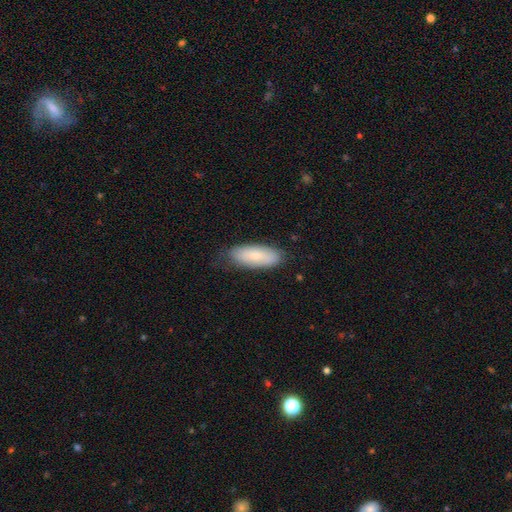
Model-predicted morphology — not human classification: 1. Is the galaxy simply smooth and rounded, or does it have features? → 76% smooth, 18% featured or disk, 6% star or artifact.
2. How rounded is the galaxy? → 77% in between, 21% cigar-shaped, 2% round.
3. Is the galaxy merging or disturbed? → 74% none, 20% minor disturbance, 4% major disturbance, 1% merger.